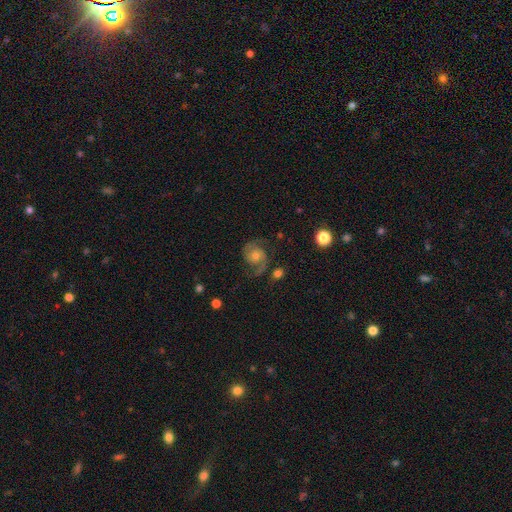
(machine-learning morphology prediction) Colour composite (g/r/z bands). It shows a featured or disk galaxy (83%) with no bar (72%), 2 (91%) medium (53%) spiral arms (97%) and a moderate central bulge (60%). Merging: none (73%).